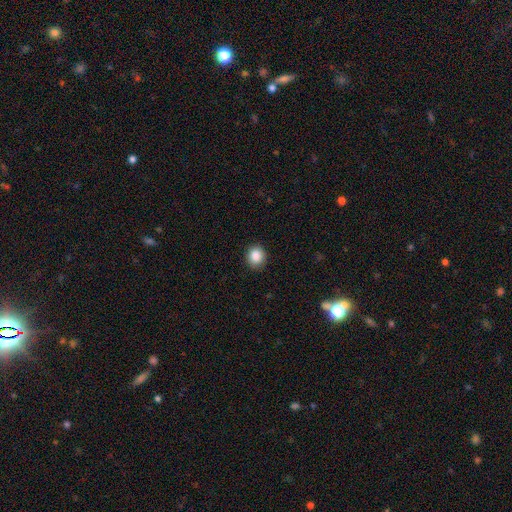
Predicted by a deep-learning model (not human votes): Morphology: type=smooth (88%); roundness=round (78%); merging=none (88%).